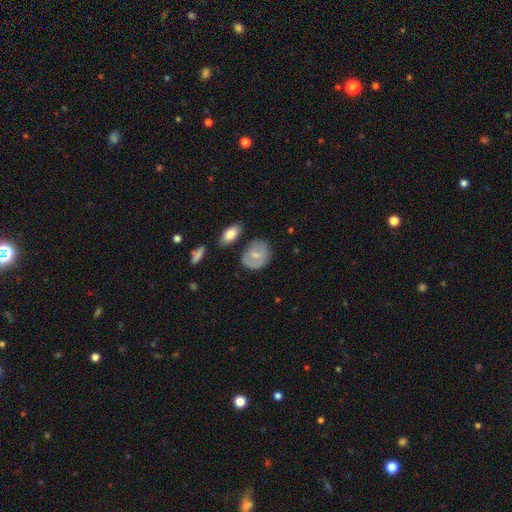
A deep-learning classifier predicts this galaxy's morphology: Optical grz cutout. It shows a smooth galaxy with no disk features (61%) that is round (52%). Merging: none (65%).